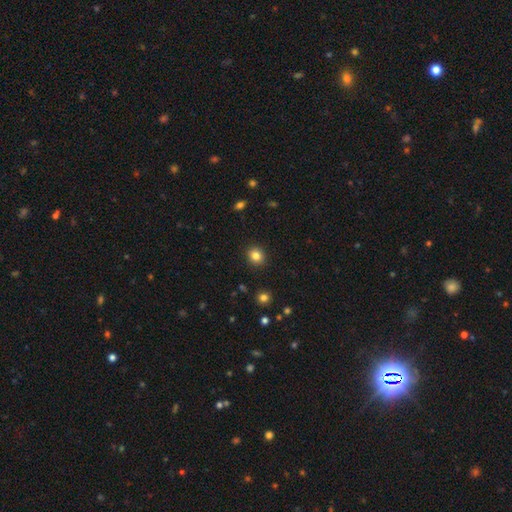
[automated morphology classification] This is clearly a smooth galaxy (83%). How rounded: likely round (76%). Merging: clearly none (91%).